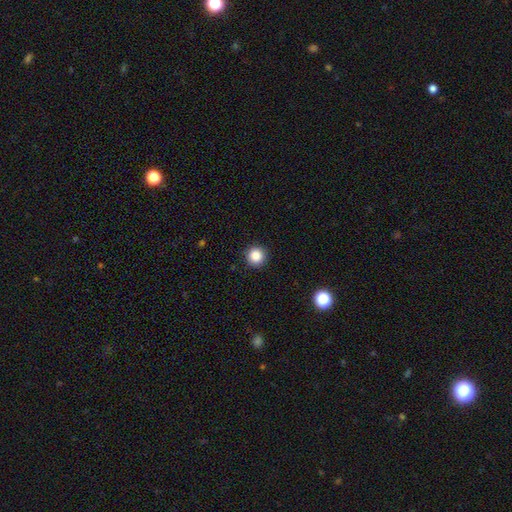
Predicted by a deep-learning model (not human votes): Smooth or featured? Predicted: smooth (p=0.86). How rounded? Predicted: round (p=0.95). Merging? Predicted: none (p=0.92).